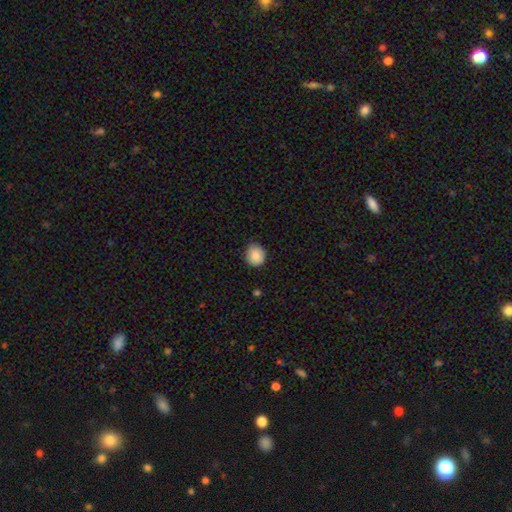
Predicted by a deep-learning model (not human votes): The model was most divided on "merging": none: 82%, minor disturbance: 15%, major disturbance: 2%, merger: 1%. More confident: smooth or featured — smooth (86%); how rounded — round (84%).